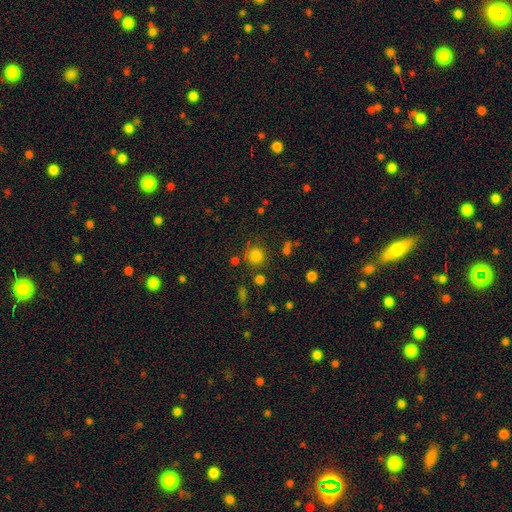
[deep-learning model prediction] smooth_or_featured: smooth (p=0.79) [alt: star or artifact p=0.15]
how_rounded: round (p=0.91) [alt: in between p=0.08]
merging: none (p=0.79) [alt: minor disturbance p=0.10]